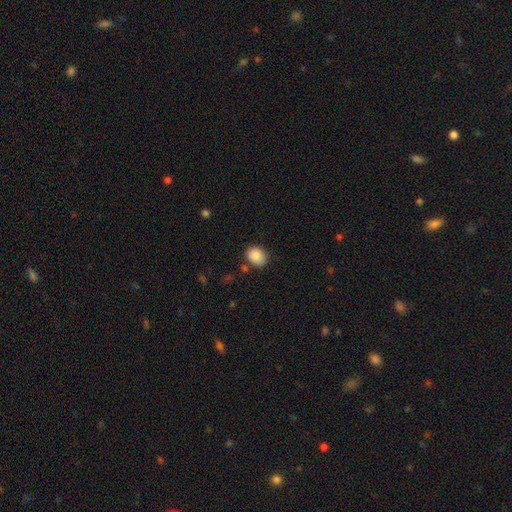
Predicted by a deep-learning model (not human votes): This appears to be a smooth galaxy with no disk features (88%) that is in between round and cigar-shaped (63%). Merging: none (77%).